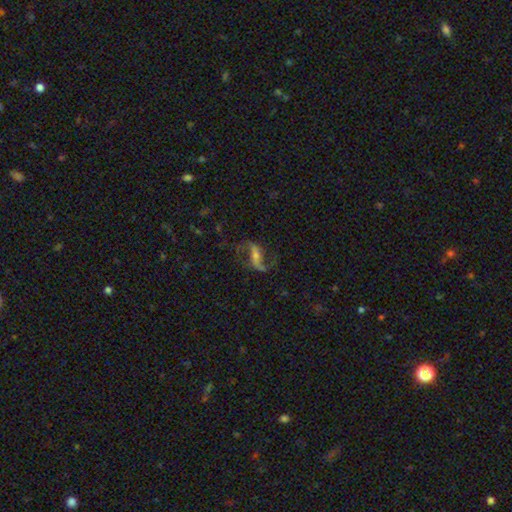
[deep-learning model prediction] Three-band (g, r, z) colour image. It shows a featured or disk galaxy (82%) with a strong bar (43%), 2 (92%) loose (75%) spiral arms (94%) and a small central bulge (52%). Merging: none (71%).